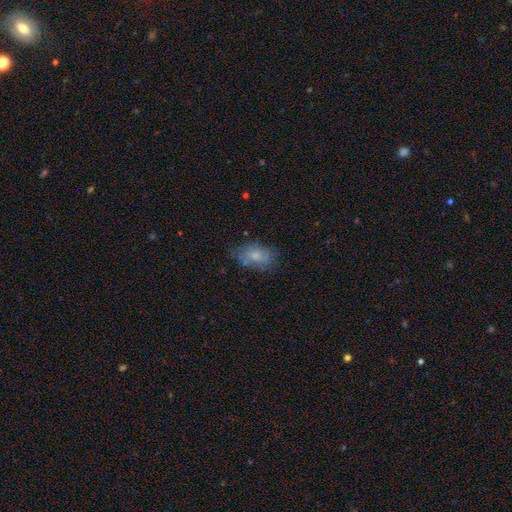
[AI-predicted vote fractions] smooth 68%, featured or disk 23%, star or artifact 10%. Down the decision tree: how rounded — in between (88%); merging — none (61%).